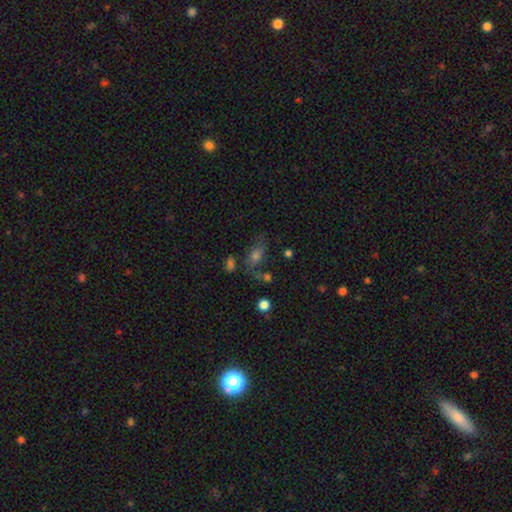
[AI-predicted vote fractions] Smooth or featured? Predicted: smooth (p=0.52). How rounded? Predicted: in between (p=0.77). Merging? Predicted: none (p=0.56).